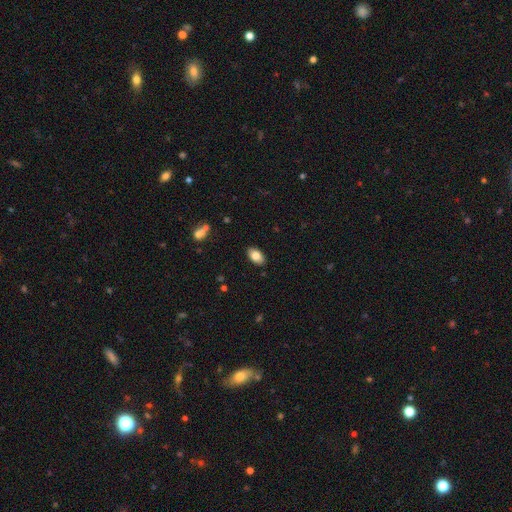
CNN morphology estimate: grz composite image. It shows a smooth galaxy with no disk features (82%) that is in between round and cigar-shaped (93%). Merging: none (88%).